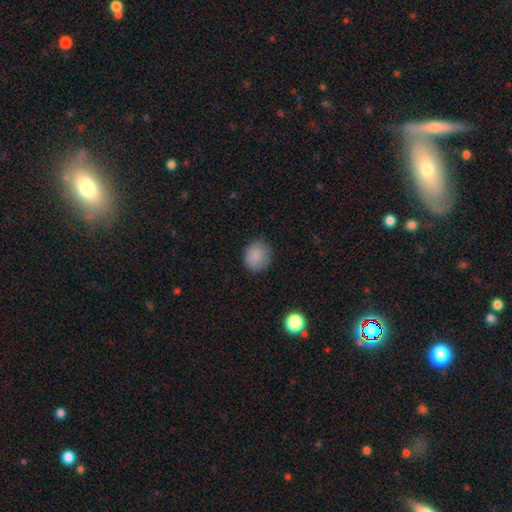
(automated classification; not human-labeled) Morphology: type=smooth (86%); roundness=round (75%); merging=none (82%).